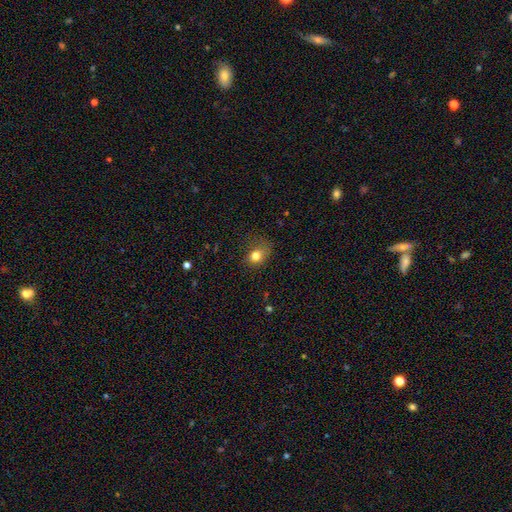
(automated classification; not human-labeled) The model was most divided on "how rounded": round: 58%, in between: 41%, cigar-shaped: 1%. More confident: smooth or featured — smooth (78%); merging — none (56%).